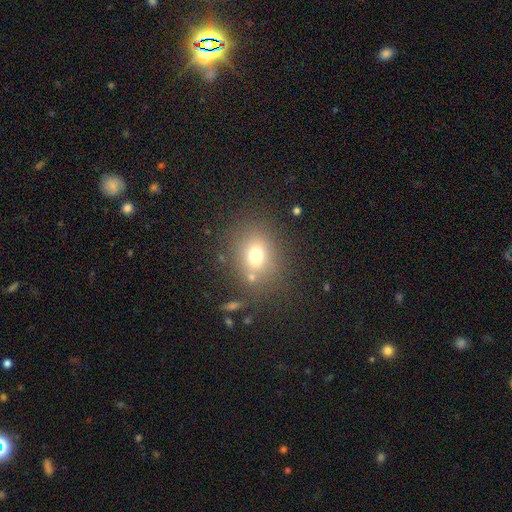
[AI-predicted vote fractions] smooth_or_featured: smooth (p=0.71) [alt: star or artifact p=0.16]
how_rounded: round (p=0.61) [alt: in between p=0.38]
merging: none (p=0.74) [alt: minor disturbance p=0.12]